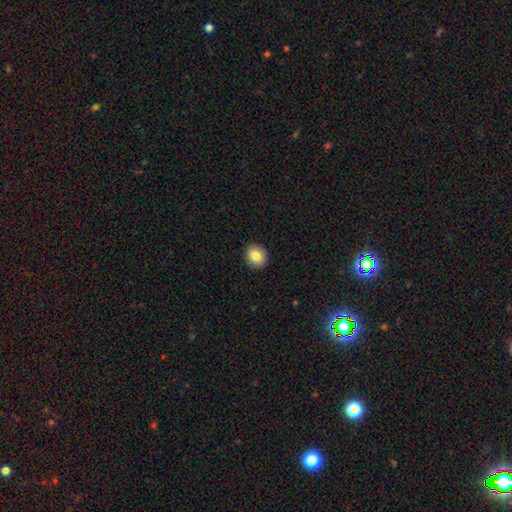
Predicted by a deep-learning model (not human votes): smooth-or-featured: smooth: 82% | featured or disk: 9% | star or artifact: 9%
  how-rounded: round: 74% | in between: 25% | cigar-shaped: 1%
  merging: none: 92% | minor disturbance: 6% | major disturbance: 2% | merger: 1%